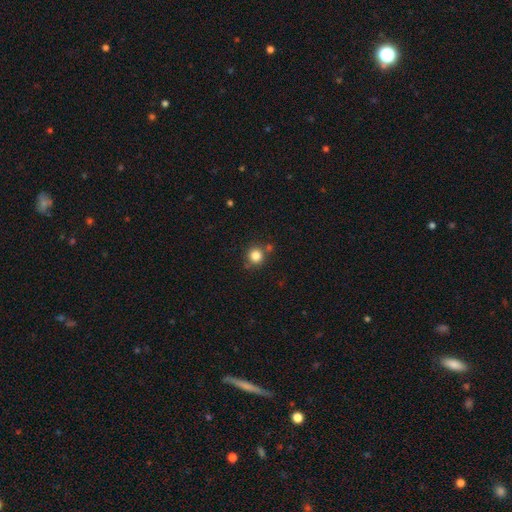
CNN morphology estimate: Smooth or featured?
  - smooth: 83% *
  - star or artifact: 11%
  - featured or disk: 6%
How rounded?
  - round: 92% *
  - in between: 7%
  - cigar-shaped: 1%
Merging?
  - none: 76% *
  - minor disturbance: 10%
  - merger: 10%
  - major disturbance: 3%